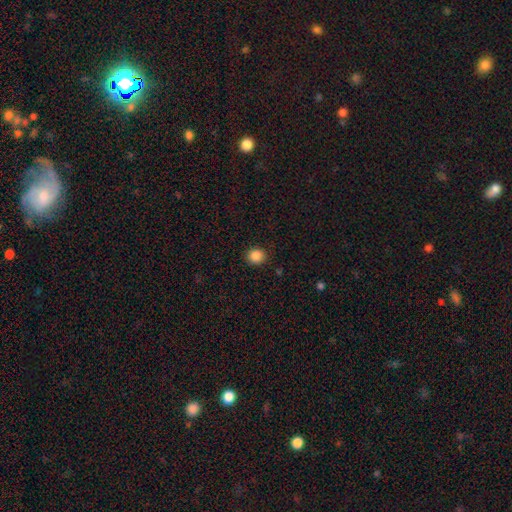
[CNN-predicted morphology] Smooth or featured? smooth (87%)
How rounded? round (83%)
Merging? none (90%)